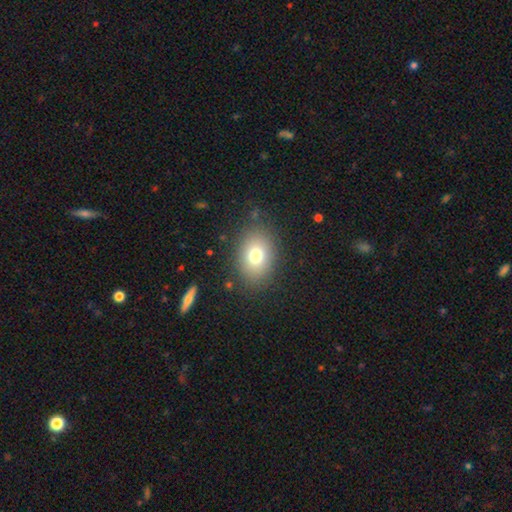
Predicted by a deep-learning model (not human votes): Morphology: type=smooth (75%); roundness=in between (69%); merging=none (84%).